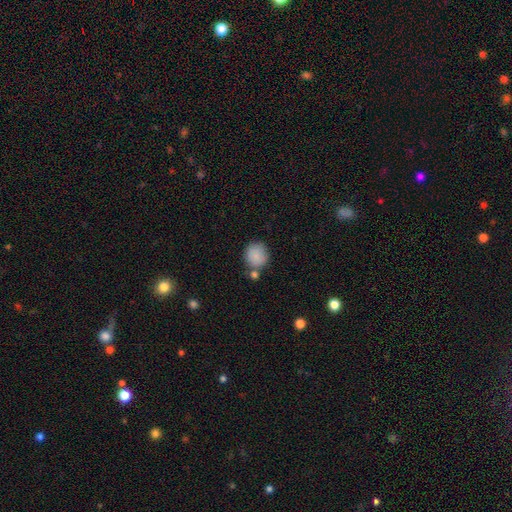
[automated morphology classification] Smooth or featured? Predicted: smooth (p=0.87). How rounded? Predicted: round (p=0.86). Merging? Predicted: none (p=0.64).